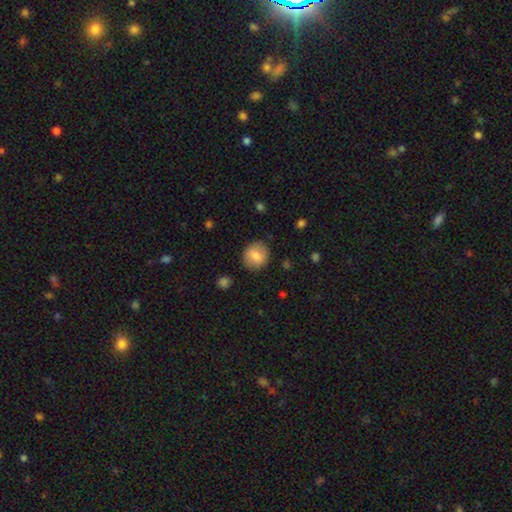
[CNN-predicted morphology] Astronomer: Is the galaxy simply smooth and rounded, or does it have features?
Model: smooth — 79%.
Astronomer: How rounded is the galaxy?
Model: round — 86%.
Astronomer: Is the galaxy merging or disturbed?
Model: none — 87%.